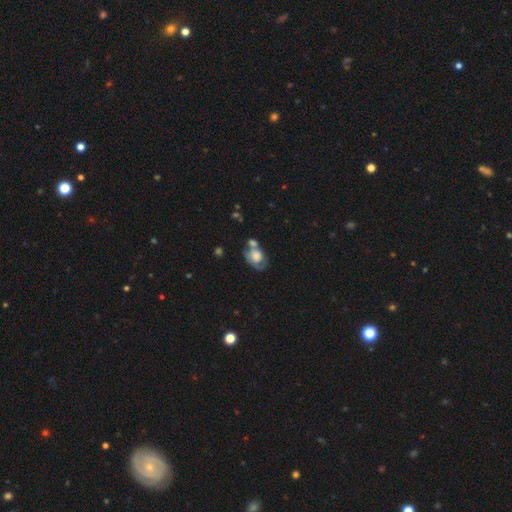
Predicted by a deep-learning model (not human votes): Smooth or featured?
  - smooth: 48% *
  - featured or disk: 44%
  - star or artifact: 8%
Merging?
  - none: 33% *
  - merger: 31%
  - minor disturbance: 23%
  - major disturbance: 14%